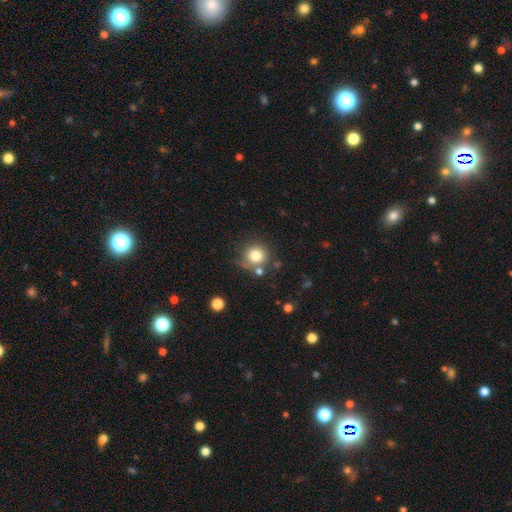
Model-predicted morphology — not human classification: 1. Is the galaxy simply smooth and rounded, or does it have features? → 79% smooth, 12% star or artifact, 9% featured or disk.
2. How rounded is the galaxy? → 90% round, 9% in between, 1% cigar-shaped.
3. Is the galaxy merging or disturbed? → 69% none, 15% minor disturbance, 10% merger, 6% major disturbance.